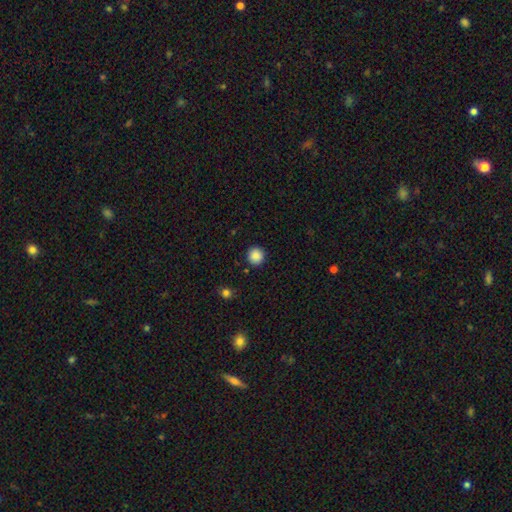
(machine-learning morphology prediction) smooth 87%, star or artifact 10%, featured or disk 3%. Down the decision tree: how rounded — round (94%); merging — none (91%).